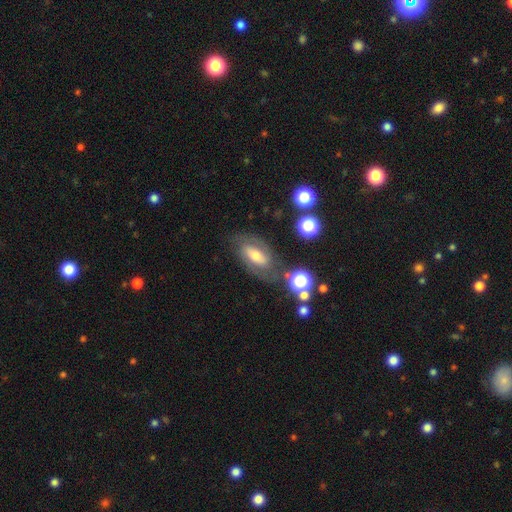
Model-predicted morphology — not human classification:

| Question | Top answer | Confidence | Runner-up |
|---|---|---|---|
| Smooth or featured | featured or disk | 66% | smooth (24%) |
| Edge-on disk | no | 92% | yes (8%) |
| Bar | weak | 39% | no (35%) |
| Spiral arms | yes | 82% | no (18%) |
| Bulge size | moderate | 55% | small (32%) |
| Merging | none | 72% | minor disturbance (16%) |